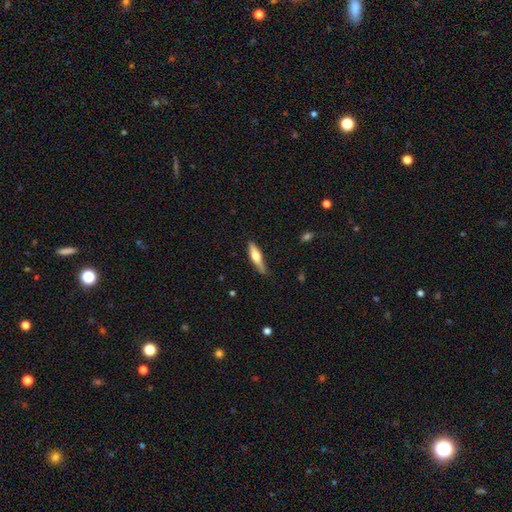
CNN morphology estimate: Overall: smooth (56%; featured or disk 38%). How rounded: cigar-shaped (74%). Merging: none (78%).